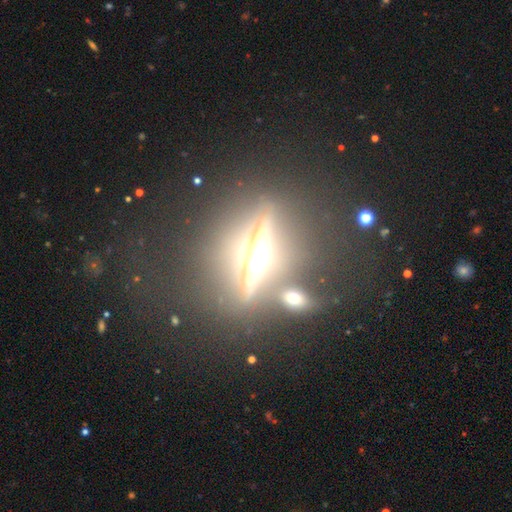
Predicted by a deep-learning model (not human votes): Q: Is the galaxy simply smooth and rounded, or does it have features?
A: featured or disk — 70%.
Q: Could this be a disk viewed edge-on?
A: yes — 88%.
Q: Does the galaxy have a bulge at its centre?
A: rounded — 87%.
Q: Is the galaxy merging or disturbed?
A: none — 71%.